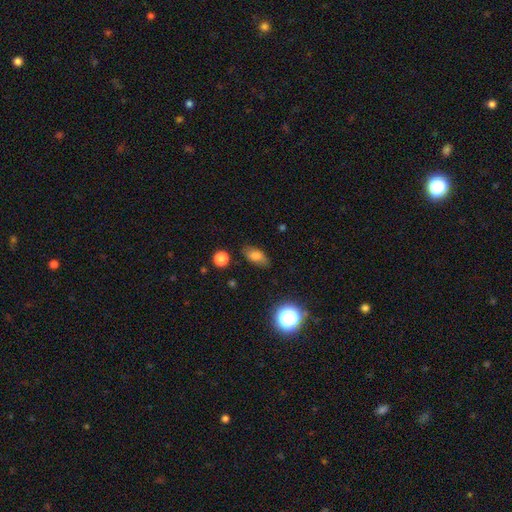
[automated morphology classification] A smooth galaxy with no disk features (74%) that is in between round and cigar-shaped (85%). Merging: none (75%).